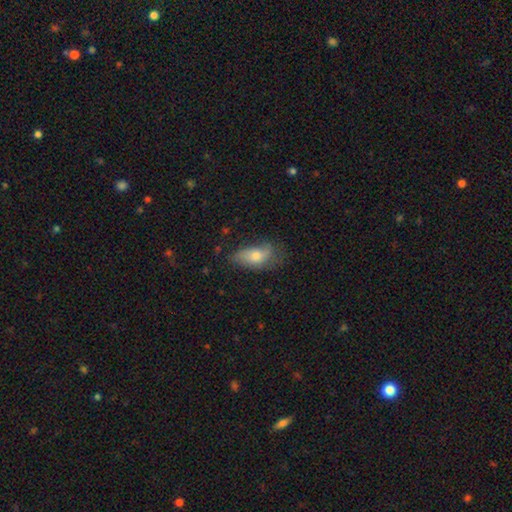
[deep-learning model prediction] Smooth or featured? Predicted: smooth (p=0.65). How rounded? Predicted: in between (p=0.86). Merging? Predicted: none (p=0.52).